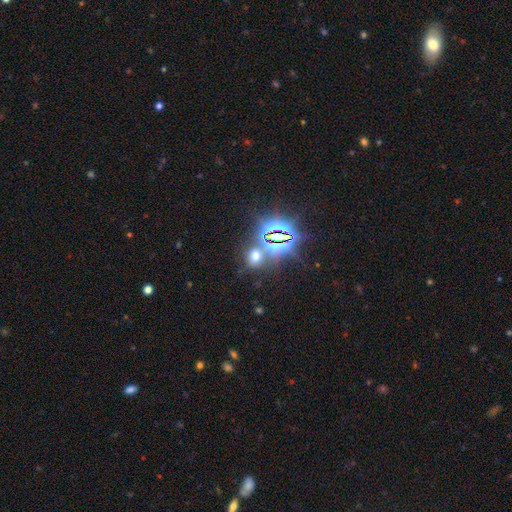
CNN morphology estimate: Smooth or featured? star or artifact (49%)